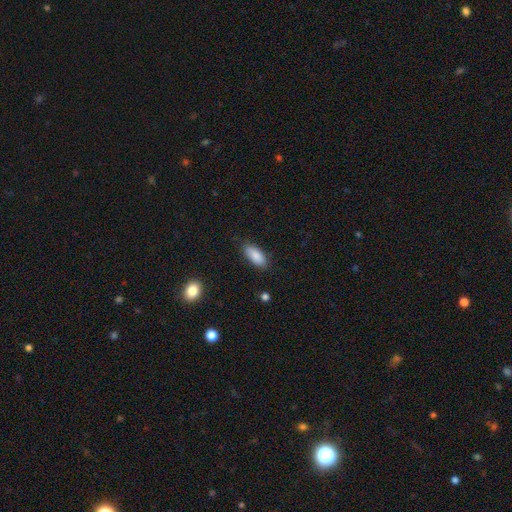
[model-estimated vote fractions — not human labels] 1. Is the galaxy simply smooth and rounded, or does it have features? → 87% smooth, 6% star or artifact, 6% featured or disk.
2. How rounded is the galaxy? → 87% in between, 11% cigar-shaped, 2% round.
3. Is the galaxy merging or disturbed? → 82% none, 14% minor disturbance, 3% major disturbance, 1% merger.